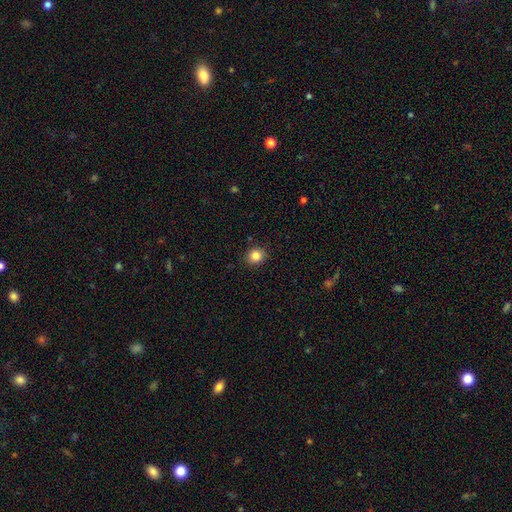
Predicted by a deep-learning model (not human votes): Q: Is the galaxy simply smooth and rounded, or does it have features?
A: smooth — 84%.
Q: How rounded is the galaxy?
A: round — 83%.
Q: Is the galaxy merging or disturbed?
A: none — 90%.